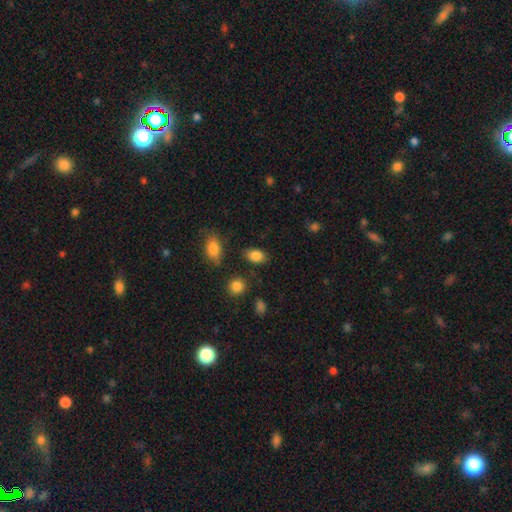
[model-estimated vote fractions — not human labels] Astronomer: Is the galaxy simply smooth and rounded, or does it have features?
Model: smooth — 85%.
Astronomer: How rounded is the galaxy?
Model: in between — 84%.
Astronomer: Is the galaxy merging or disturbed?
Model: none — 82%.